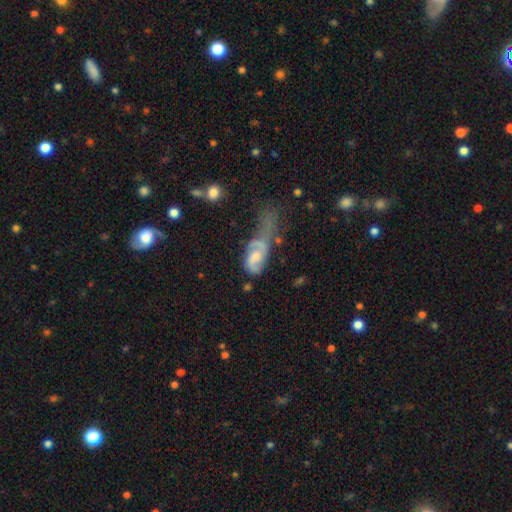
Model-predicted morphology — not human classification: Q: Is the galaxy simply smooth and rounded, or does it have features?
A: featured or disk — 70%.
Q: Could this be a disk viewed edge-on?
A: no — 95%.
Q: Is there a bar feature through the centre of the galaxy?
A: no — 54%.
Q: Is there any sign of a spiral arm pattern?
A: yes — 87%.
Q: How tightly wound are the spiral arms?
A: medium — 42%.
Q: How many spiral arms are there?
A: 2 — 73%.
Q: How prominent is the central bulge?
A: moderate — 49%.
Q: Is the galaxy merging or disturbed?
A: major disturbance — 42%.